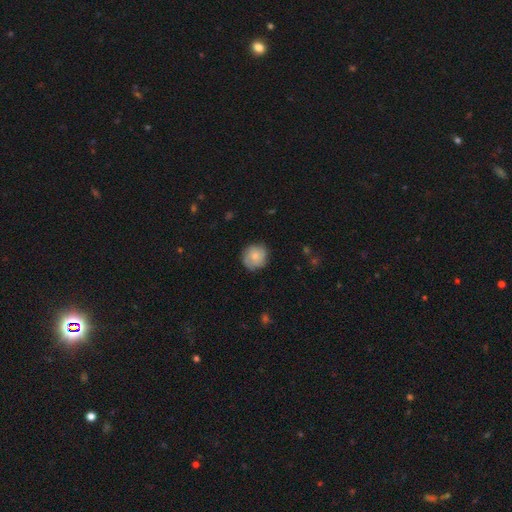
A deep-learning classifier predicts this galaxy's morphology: type=smooth (63%); roundness=round (89%); merging=none (79%).